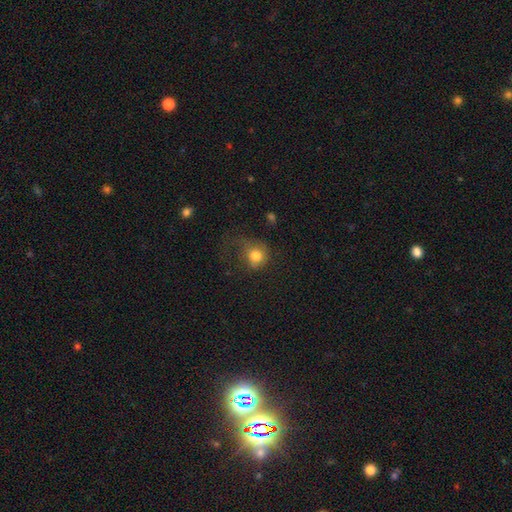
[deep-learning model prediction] This is likely a smooth galaxy (78%). How rounded: likely round (75%). Merging: marginally none (39%).